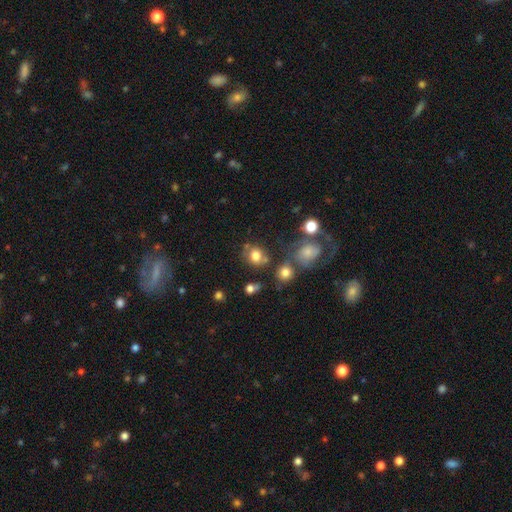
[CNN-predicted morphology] Q: Smooth or featured?
A: smooth (76%); runner-up: star or artifact (14%)
Q: How rounded?
A: round (72%); runner-up: in between (27%)
Q: Merging?
A: none (63%); runner-up: minor disturbance (16%)